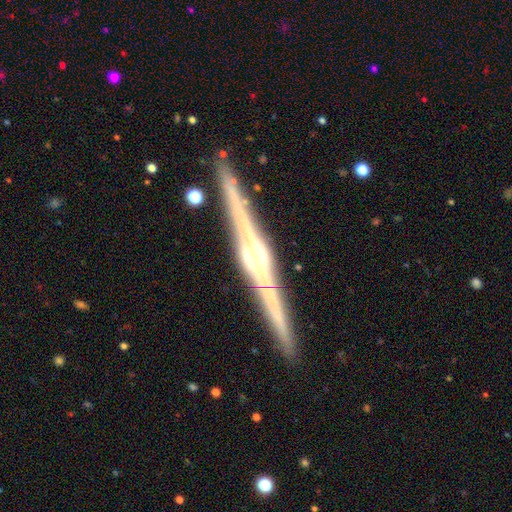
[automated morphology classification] featured or disk 89%, smooth 6%, star or artifact 5%. Down the decision tree: edge-on disk — yes (99%); edge-on bulge — rounded (58%); merging — none (92%).